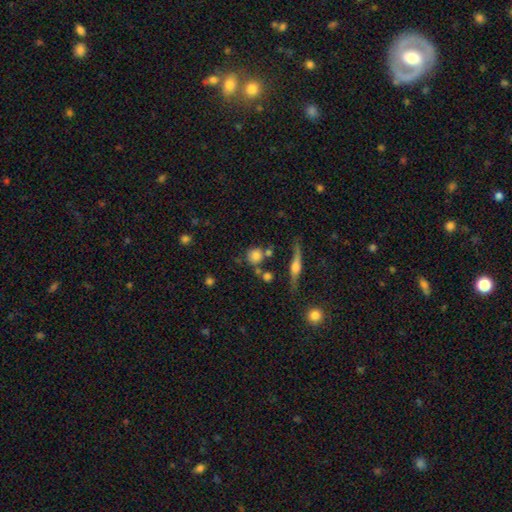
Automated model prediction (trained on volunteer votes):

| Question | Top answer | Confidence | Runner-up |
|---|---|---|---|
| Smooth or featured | smooth | 75% | featured or disk (14%) |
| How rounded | round | 87% | in between (10%) |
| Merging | none | 68% | merger (14%) |